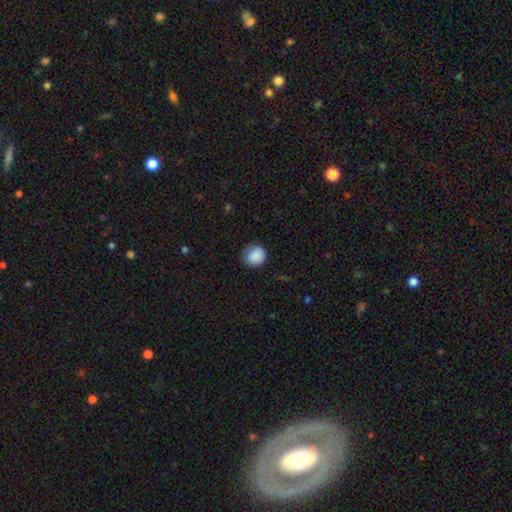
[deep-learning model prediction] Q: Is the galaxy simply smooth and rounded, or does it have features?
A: smooth — 88%.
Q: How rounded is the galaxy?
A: round — 86%.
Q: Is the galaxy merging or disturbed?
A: none — 76%.